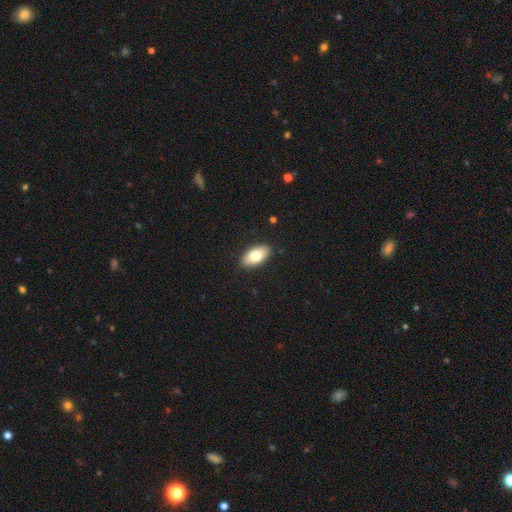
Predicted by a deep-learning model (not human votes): smooth_or_featured: smooth (p=0.76) [alt: featured or disk p=0.18]
how_rounded: in between (p=0.94) [alt: cigar-shaped p=0.03]
merging: none (p=0.89) [alt: minor disturbance p=0.08]